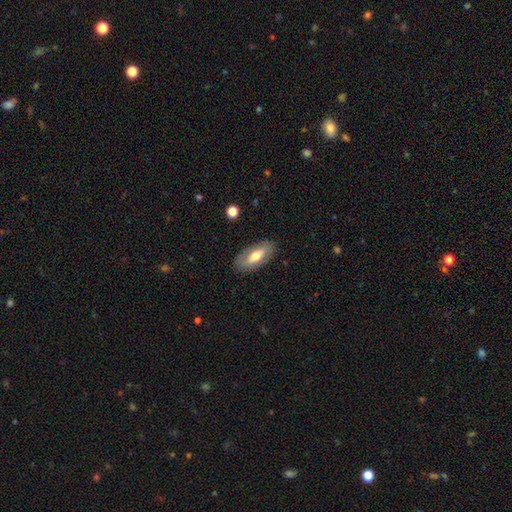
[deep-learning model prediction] smooth 56%, featured or disk 37%, star or artifact 6%. Down the decision tree: how rounded — in between (84%); merging — none (83%).